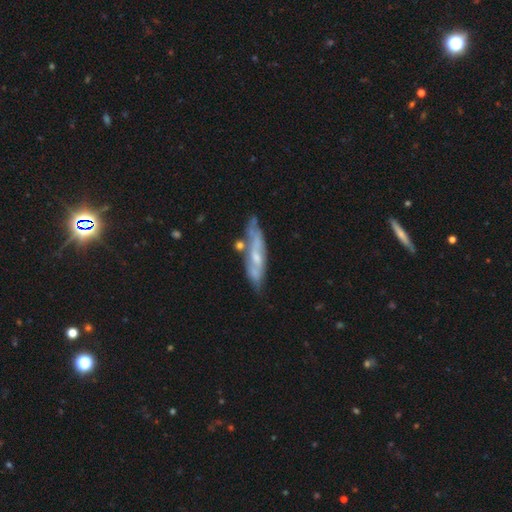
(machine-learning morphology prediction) Smooth or featured? Predicted: featured or disk (p=0.63). Edge-on disk? Predicted: no (p=0.57). Merging? Predicted: none (p=0.55).